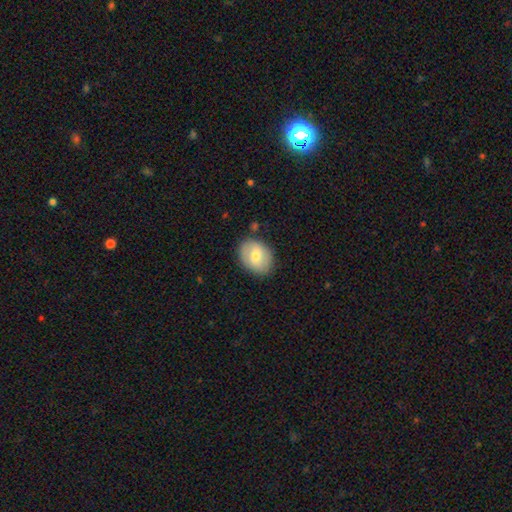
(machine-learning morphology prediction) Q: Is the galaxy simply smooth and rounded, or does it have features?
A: smooth — 64%.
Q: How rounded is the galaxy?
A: in between — 60%.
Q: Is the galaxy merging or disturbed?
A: none — 80%.